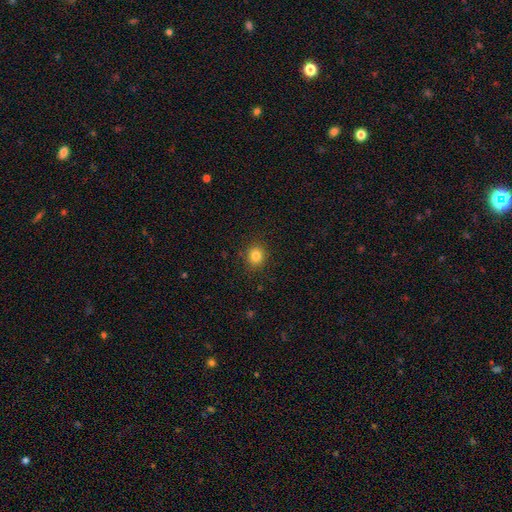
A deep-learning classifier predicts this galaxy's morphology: This appears to be a smooth galaxy with no disk features (82%) that is round (81%). Merging: none (89%).